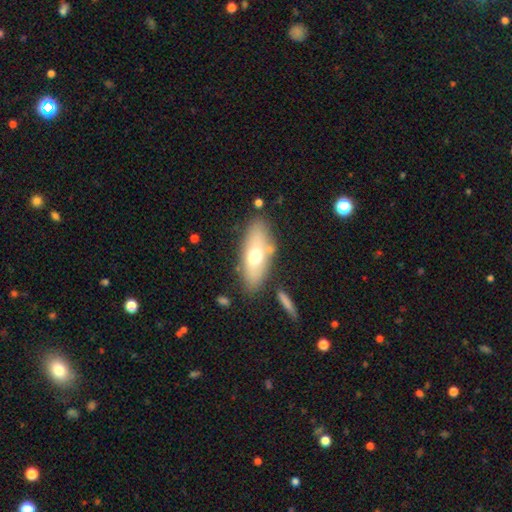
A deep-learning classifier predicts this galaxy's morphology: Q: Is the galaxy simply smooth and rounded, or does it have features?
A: smooth — 61%.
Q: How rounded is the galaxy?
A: in between — 77%.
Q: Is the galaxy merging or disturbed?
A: none — 77%.